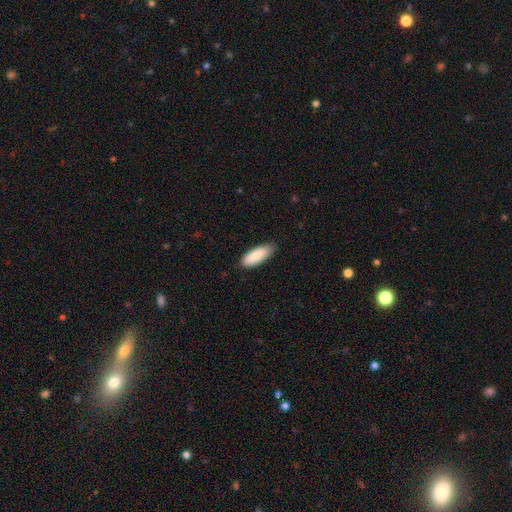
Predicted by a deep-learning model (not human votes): This appears to be a smooth galaxy with no disk features (86%) that is in between round and cigar-shaped (74%). Merging: none (83%).